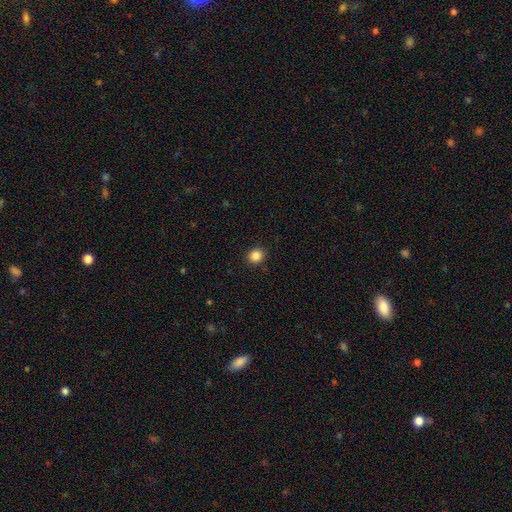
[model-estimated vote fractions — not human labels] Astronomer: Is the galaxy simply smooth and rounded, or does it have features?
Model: smooth — 86%.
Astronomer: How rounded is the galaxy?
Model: round — 84%.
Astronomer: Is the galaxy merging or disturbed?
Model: none — 91%.